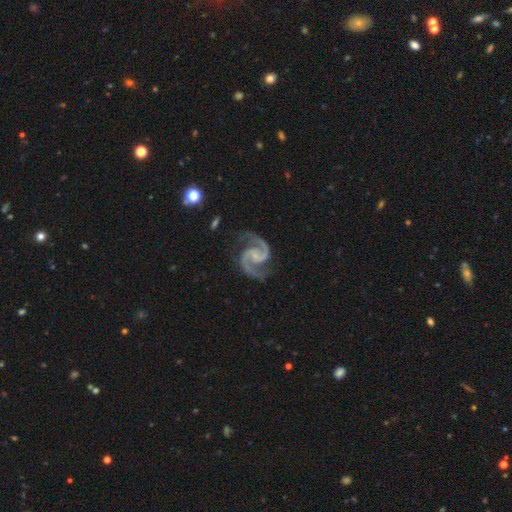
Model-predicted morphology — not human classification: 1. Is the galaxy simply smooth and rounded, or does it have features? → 94% featured or disk, 3% star or artifact, 2% smooth.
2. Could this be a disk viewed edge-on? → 99% no, 1% yes.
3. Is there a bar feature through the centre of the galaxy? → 51% no, 36% weak, 14% strong.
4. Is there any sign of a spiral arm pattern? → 99% yes, 1% no.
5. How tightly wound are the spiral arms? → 68% medium, 19% tight, 13% loose.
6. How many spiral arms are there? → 95% 2, 1% can't tell, 1% 3, 1% 1, 1% 4, 1% more than 4.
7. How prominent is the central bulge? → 54% small, 33% none, 11% moderate, 1% large, 1% dominant.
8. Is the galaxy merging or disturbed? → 78% none, 15% minor disturbance, 5% major disturbance, 2% merger.